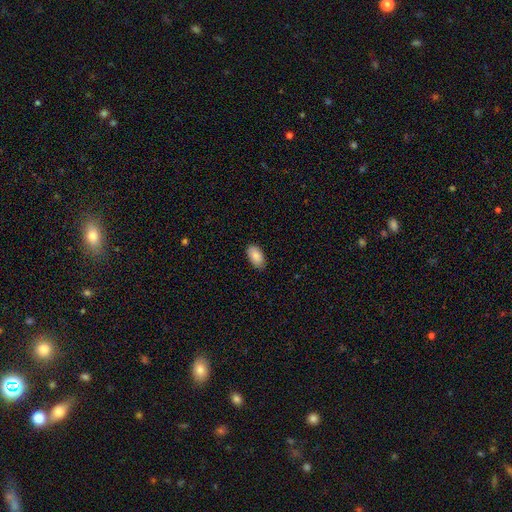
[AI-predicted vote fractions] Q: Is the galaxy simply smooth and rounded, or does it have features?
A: smooth — 88%.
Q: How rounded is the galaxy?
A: in between — 95%.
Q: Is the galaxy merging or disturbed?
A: none — 86%.